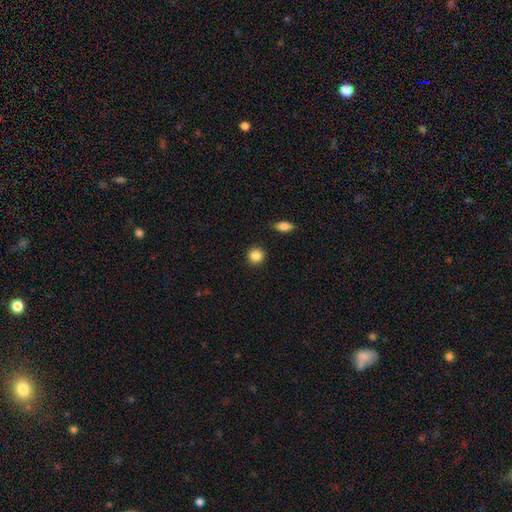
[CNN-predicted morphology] Smooth or featured?
  - smooth: 87% *
  - star or artifact: 9%
  - featured or disk: 4%
How rounded?
  - round: 92% *
  - in between: 7%
  - cigar-shaped: 1%
Merging?
  - none: 91% *
  - minor disturbance: 5%
  - major disturbance: 2%
  - merger: 2%